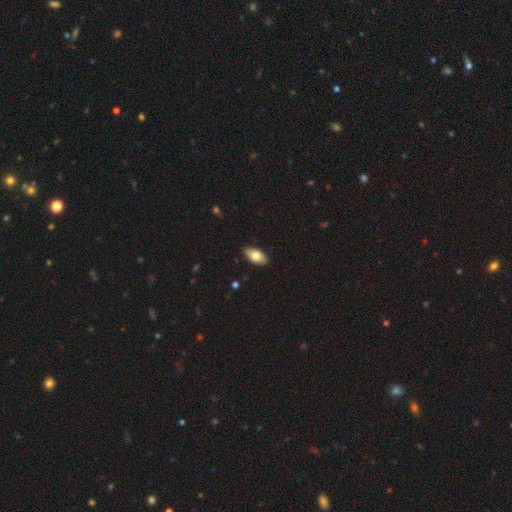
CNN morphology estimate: This appears to be a smooth galaxy with no disk features (77%) that is in between round and cigar-shaped (92%). Merging: none (89%).